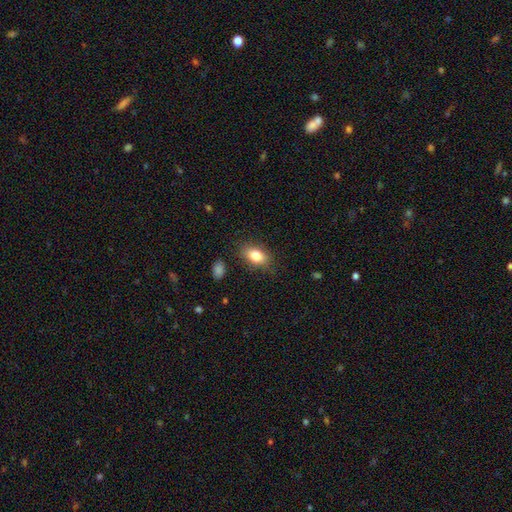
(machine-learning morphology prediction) This appears to be a smooth galaxy with no disk features (82%) that is in between round and cigar-shaped (87%). Merging: none (84%).